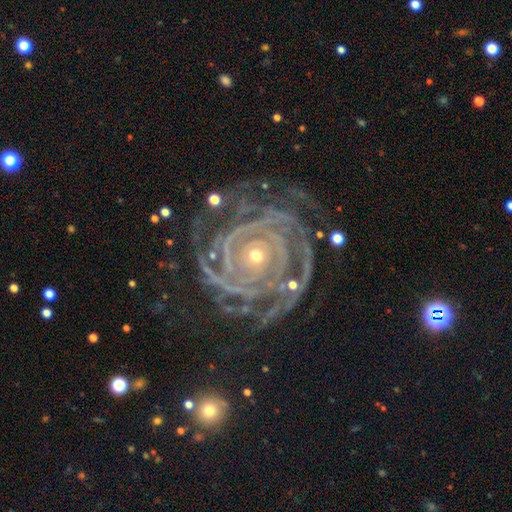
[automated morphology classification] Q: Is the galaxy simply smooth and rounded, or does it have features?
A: featured or disk — 92%.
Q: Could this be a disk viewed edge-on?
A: no — 97%.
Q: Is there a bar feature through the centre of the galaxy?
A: no — 71%.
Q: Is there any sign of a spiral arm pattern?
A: yes — 99%.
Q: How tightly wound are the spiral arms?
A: tight — 87%.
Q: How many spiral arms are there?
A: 4 — 23%.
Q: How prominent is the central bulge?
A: small — 72%.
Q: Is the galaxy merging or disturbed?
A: none — 75%.